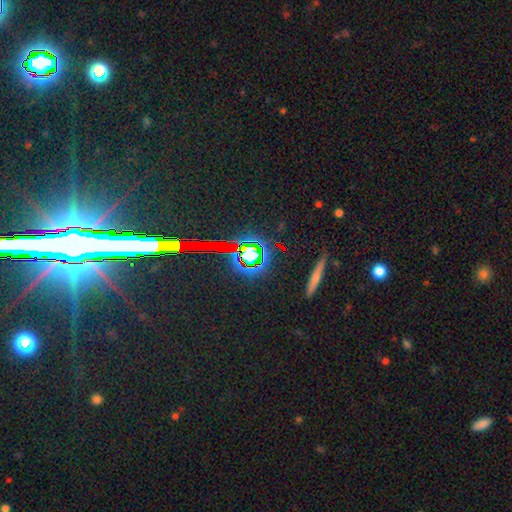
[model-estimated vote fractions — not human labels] Q: Smooth or featured?
A: star or artifact (71%); runner-up: featured or disk (15%)